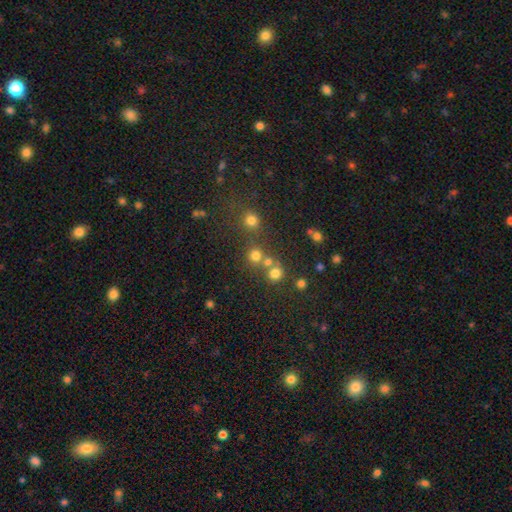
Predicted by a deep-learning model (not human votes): Morphology: type=smooth (73%); roundness=round (89%); merging=none (62%).